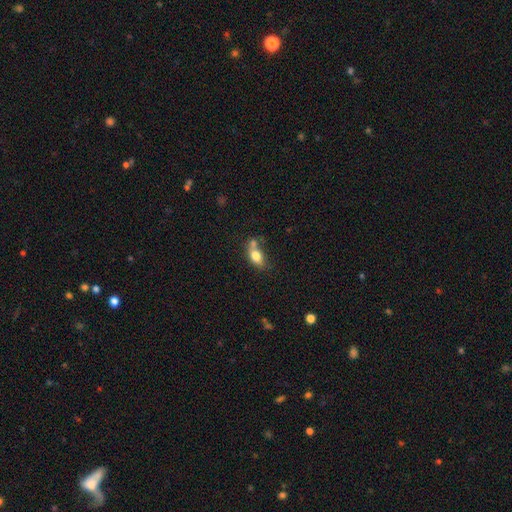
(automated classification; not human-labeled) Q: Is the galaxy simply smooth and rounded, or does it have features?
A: smooth — 75%.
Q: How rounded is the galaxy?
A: in between — 82%.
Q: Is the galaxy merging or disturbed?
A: none — 39%.